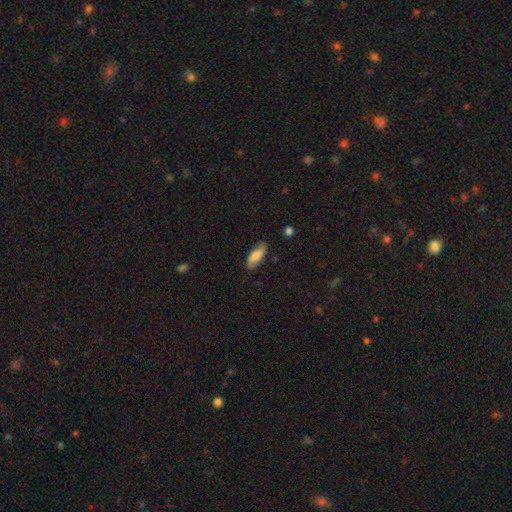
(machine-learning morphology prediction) type=smooth (70%); roundness=in between (71%); merging=none (76%).